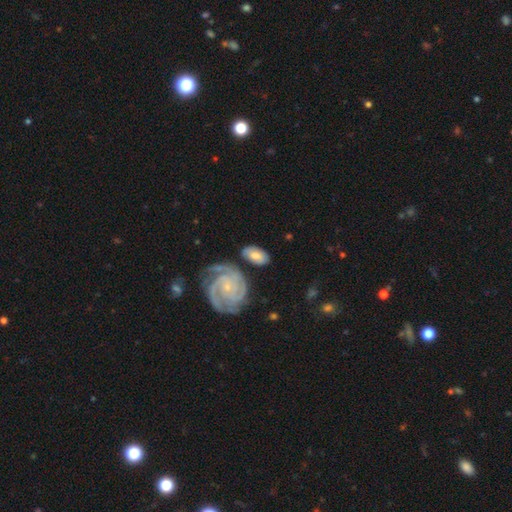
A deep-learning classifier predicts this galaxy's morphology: Smooth or featured? featured or disk (49%)
Merging? none (69%)